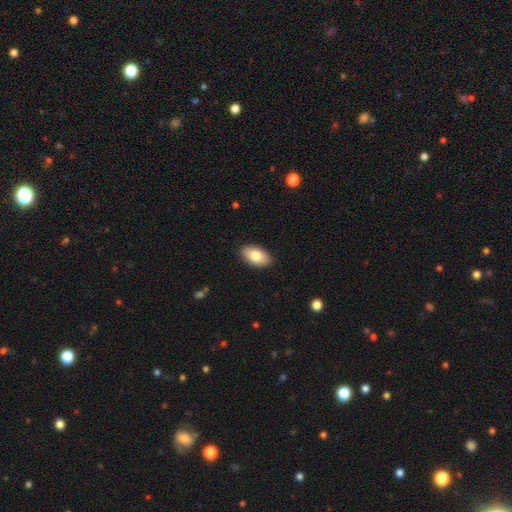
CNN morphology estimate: Q: Smooth or featured?
A: smooth (83%); runner-up: featured or disk (10%)
Q: How rounded?
A: in between (95%); runner-up: round (4%)
Q: Merging?
A: none (89%); runner-up: minor disturbance (8%)